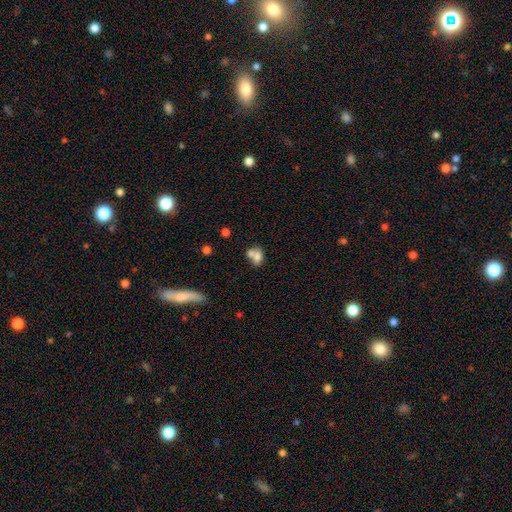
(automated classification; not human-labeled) Overall: smooth (70%). How rounded: in between (63%; round 35%). Merging: merger (61%; none 25%).